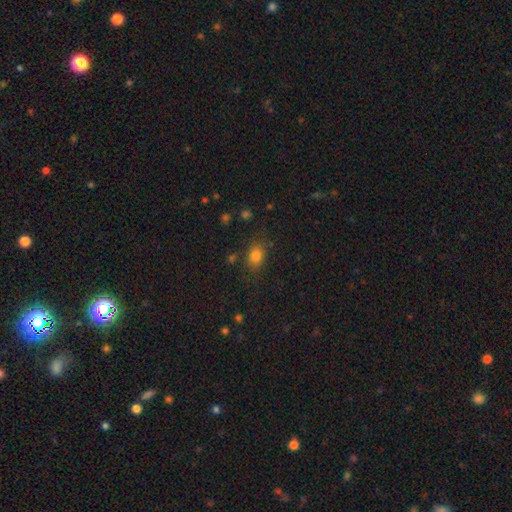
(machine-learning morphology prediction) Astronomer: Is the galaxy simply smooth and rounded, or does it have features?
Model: smooth — 80%.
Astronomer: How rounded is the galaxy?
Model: in between — 67%.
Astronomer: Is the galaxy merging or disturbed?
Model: none — 77%.